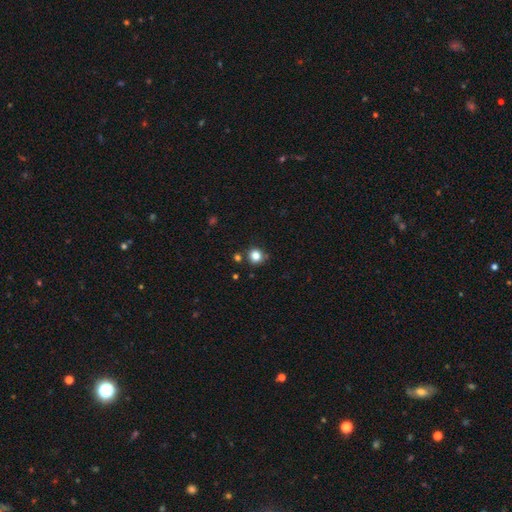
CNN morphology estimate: The model was most divided on "smooth or featured": smooth: 82%, star or artifact: 13%, featured or disk: 5%. More confident: how rounded — round (90%); merging — none (81%).